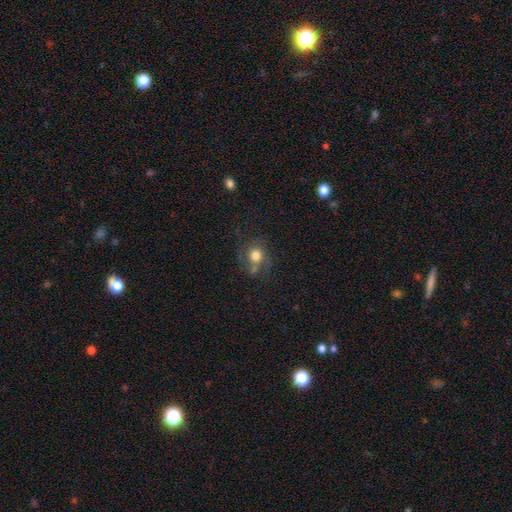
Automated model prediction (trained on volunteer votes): Smooth or featured: smooth — 63% (featured or disk — 25%)
How rounded: round — 77% (in between — 22%)
Merging: none — 54% (minor disturbance — 20%)